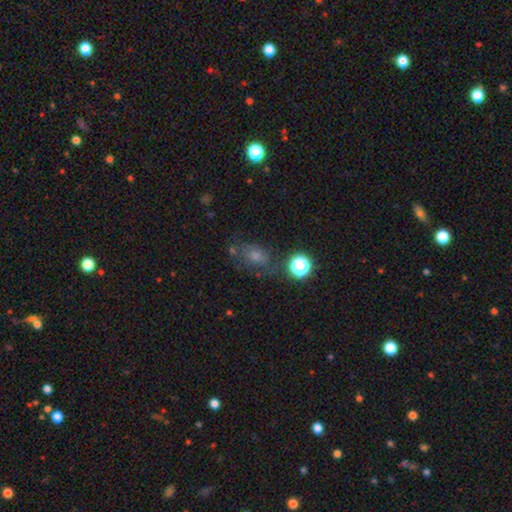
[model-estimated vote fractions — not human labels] Overall: smooth (44%; star or artifact 33%). Merging: none (65%).